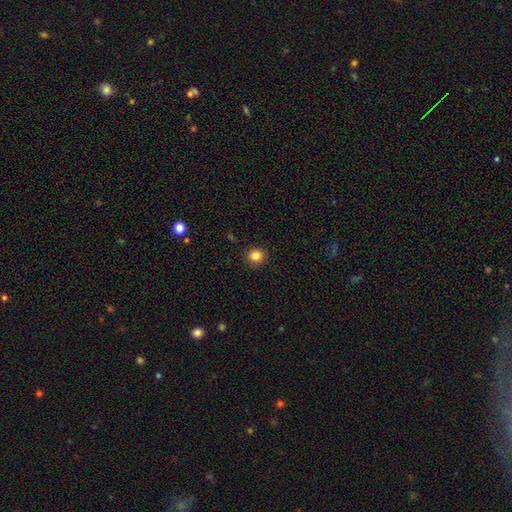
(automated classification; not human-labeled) smooth-or-featured: smooth: 84% | star or artifact: 11% | featured or disk: 5%
  how-rounded: round: 88% | in between: 12% | cigar-shaped: 1%
  merging: none: 91% | minor disturbance: 6% | major disturbance: 2% | merger: 1%